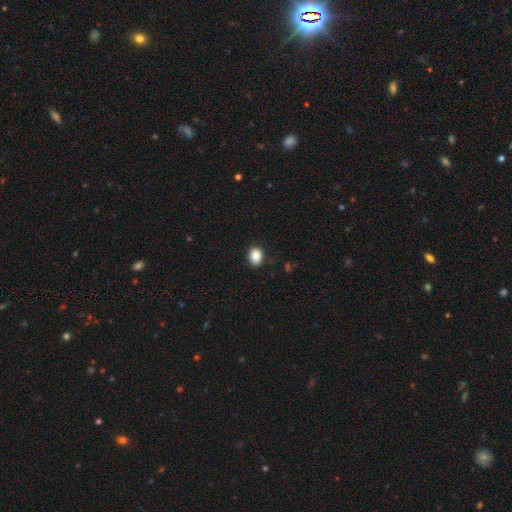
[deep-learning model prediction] Smooth or featured? Predicted: smooth (p=0.88). How rounded? Predicted: in between (p=0.59). Merging? Predicted: none (p=0.88).